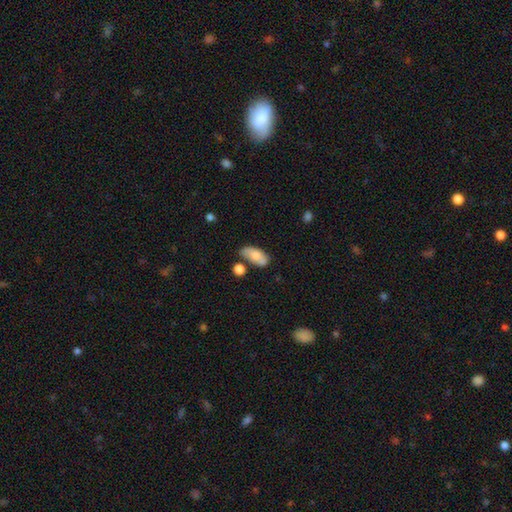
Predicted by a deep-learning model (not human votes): smooth_or_featured: smooth (p=0.68) [alt: featured or disk p=0.25]
how_rounded: in between (p=0.90) [alt: cigar-shaped p=0.06]
merging: none (p=0.56) [alt: minor disturbance p=0.23]